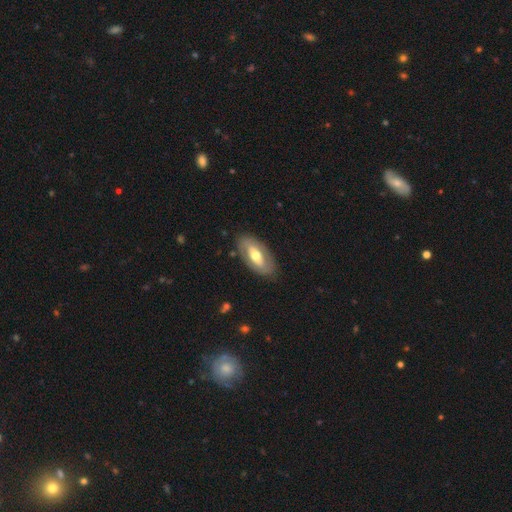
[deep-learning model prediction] Overall: featured or disk (52%; smooth 43%). Edge-on disk: no (84%). Merging: none (83%).